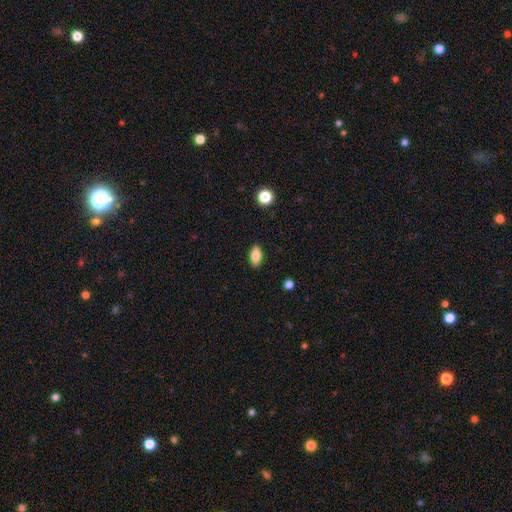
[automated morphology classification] A smooth galaxy with no disk features (81%) that is in between round and cigar-shaped (88%). Merging: none (89%).